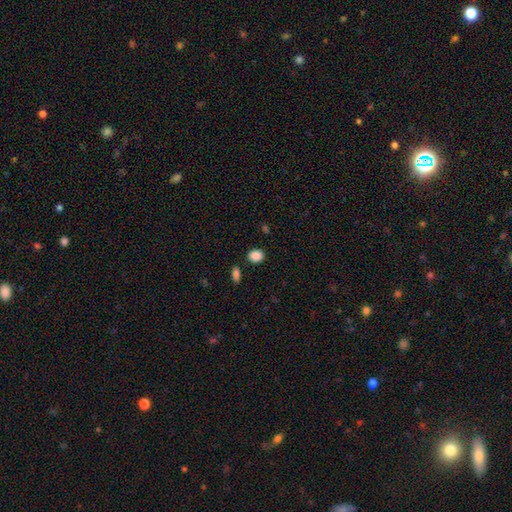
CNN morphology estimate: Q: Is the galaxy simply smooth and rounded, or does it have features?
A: smooth — 88%.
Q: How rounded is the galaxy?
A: round — 49%, tied with in between.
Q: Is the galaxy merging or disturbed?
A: none — 85%.